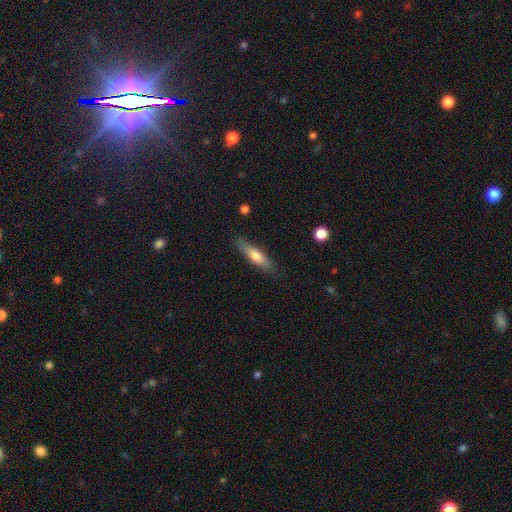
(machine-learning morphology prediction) The model was most divided on "smooth or featured": smooth: 60%, featured or disk: 34%, star or artifact: 6%. More confident: merging — none (84%); how rounded — cigar-shaped (74%).